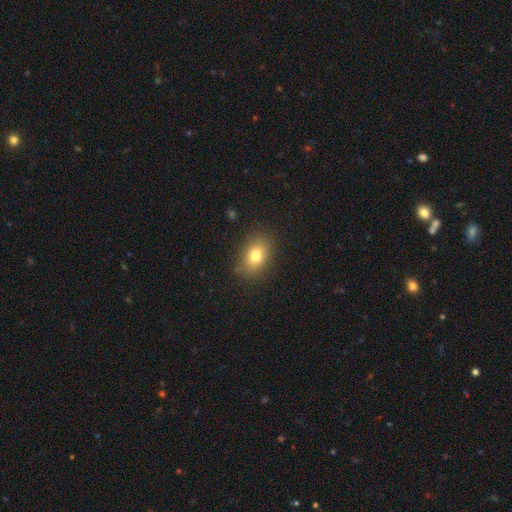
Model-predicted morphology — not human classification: This is likely a smooth galaxy (77%). How rounded: likely in between (75%). Merging: clearly none (85%).